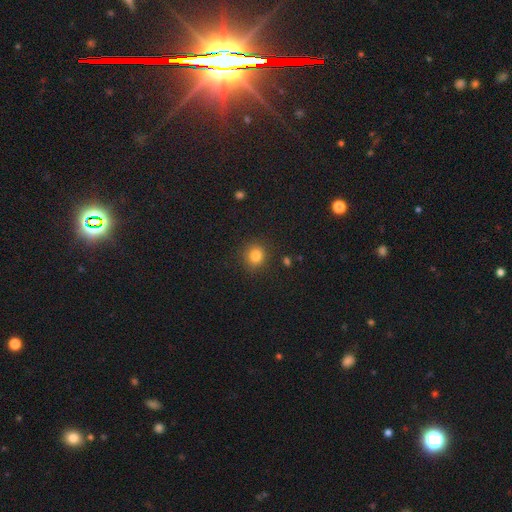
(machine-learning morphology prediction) A smooth galaxy with no disk features (83%) that is round (86%). Merging: none (88%).